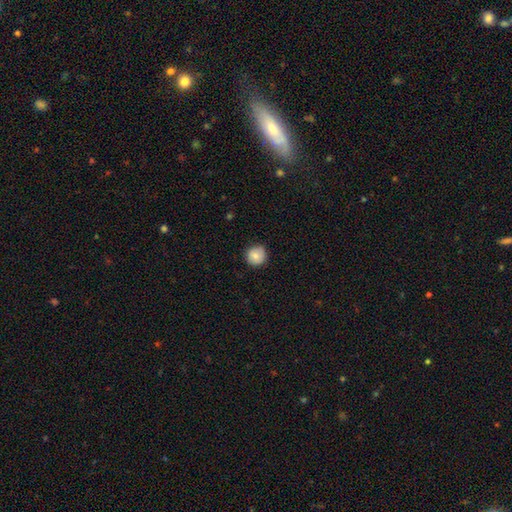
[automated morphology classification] A smooth galaxy with no disk features (81%) that is round (94%).

Vote fractions:
- Smooth or featured? smooth: 81% / featured or disk: 10% / star or artifact: 8%
- How rounded? round: 94% / in between: 5% / cigar-shaped: 1%
- Merging? none: 84% / minor disturbance: 12% / major disturbance: 2% / merger: 1%